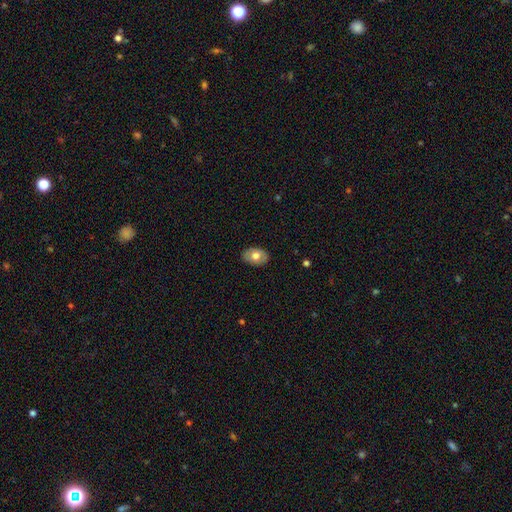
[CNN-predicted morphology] This is likely a smooth galaxy (67%). How rounded: clearly in between (85%). Merging: clearly none (85%).